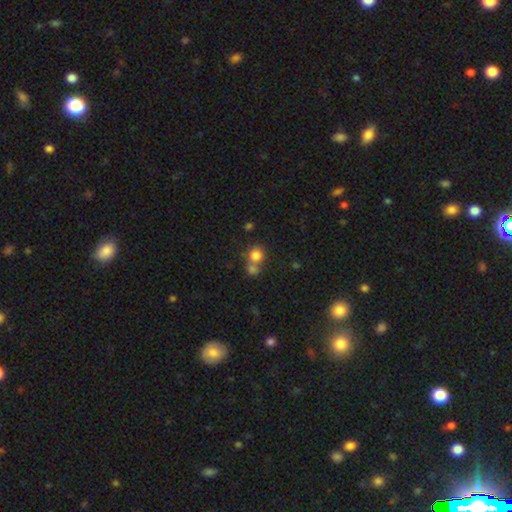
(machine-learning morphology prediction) Overall: smooth (80%). How rounded: round (87%). Merging: none (50%; merger 39%).